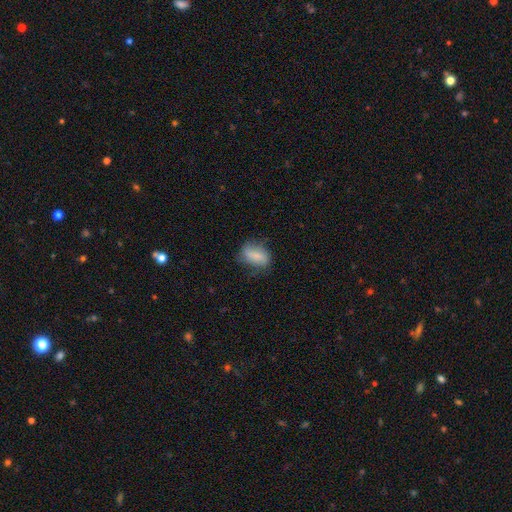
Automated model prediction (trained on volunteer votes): smooth-or-featured: smooth: 71% | featured or disk: 21% | star or artifact: 8%
  how-rounded: in between: 82% | round: 12% | cigar-shaped: 6%
  merging: none: 57% | minor disturbance: 29% | major disturbance: 12% | merger: 2%